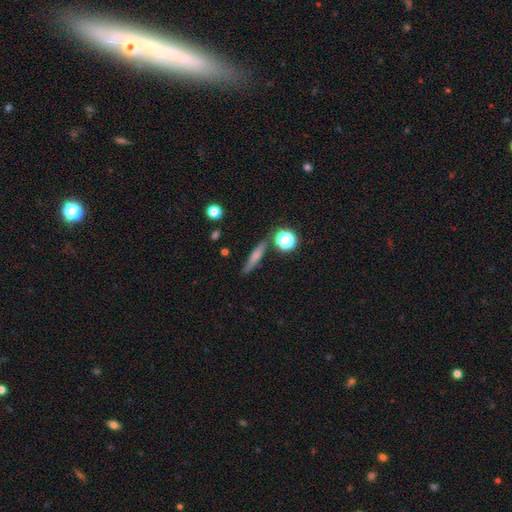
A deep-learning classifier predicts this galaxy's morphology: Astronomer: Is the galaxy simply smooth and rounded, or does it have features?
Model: smooth — 62%.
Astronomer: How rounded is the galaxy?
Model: cigar-shaped — 80%.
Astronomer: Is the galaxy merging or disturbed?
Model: none — 81%.